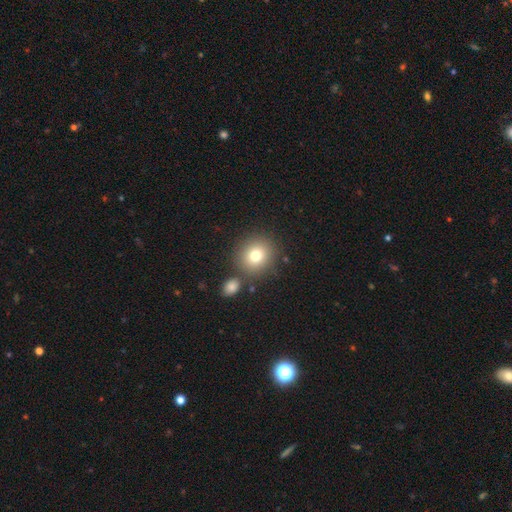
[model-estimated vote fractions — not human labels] Q: Smooth or featured?
A: smooth (77%); runner-up: star or artifact (12%)
Q: How rounded?
A: round (85%); runner-up: in between (14%)
Q: Merging?
A: none (77%); runner-up: merger (11%)